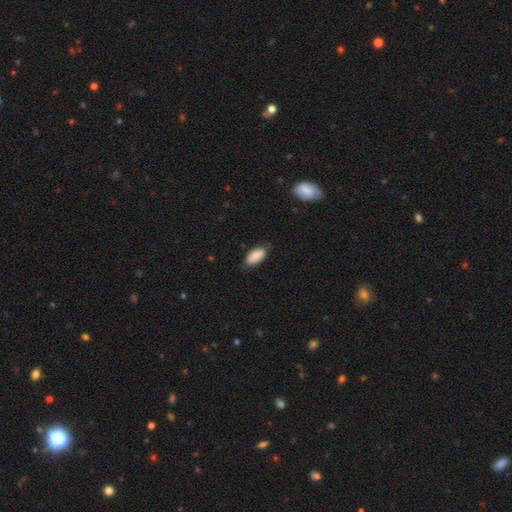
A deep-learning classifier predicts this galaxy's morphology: A smooth galaxy with no disk features (86%) that is in between round and cigar-shaped (91%). Merging: none (75%).